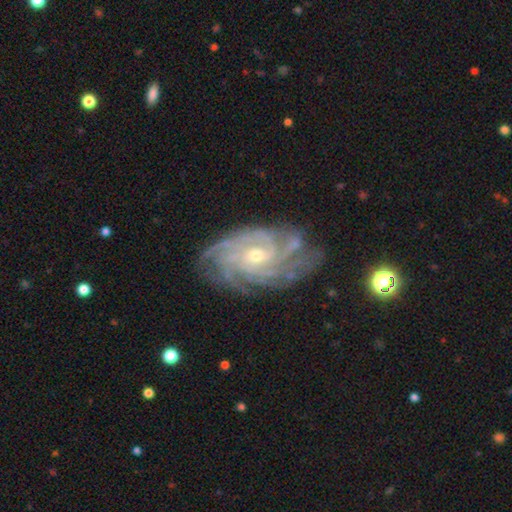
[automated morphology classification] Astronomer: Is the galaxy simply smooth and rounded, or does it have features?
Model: featured or disk — 91%.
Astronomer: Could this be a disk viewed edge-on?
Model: no — 97%.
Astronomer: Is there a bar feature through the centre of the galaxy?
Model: no — 59%.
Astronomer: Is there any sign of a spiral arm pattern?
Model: yes — 98%.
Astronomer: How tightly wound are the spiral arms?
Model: tight — 71%.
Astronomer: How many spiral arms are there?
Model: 4 — 31% (runner-up: more than 4, 22%).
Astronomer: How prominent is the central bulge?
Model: small — 61% (runner-up: moderate, 36%).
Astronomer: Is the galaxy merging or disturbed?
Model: none — 75%.